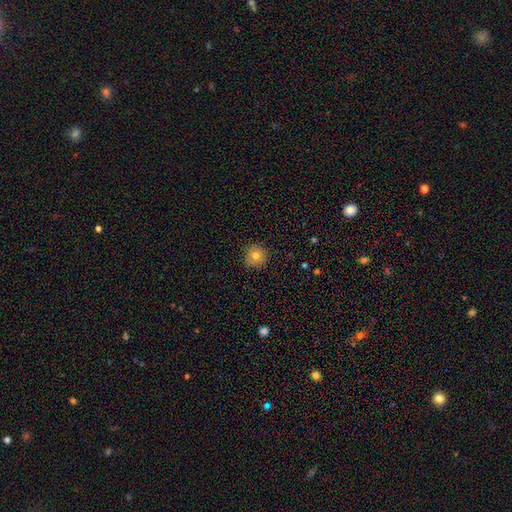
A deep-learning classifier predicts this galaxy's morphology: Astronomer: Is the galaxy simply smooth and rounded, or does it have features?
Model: smooth — 77%.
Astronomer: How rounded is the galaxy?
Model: round — 93%.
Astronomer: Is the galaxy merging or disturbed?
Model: none — 87%.